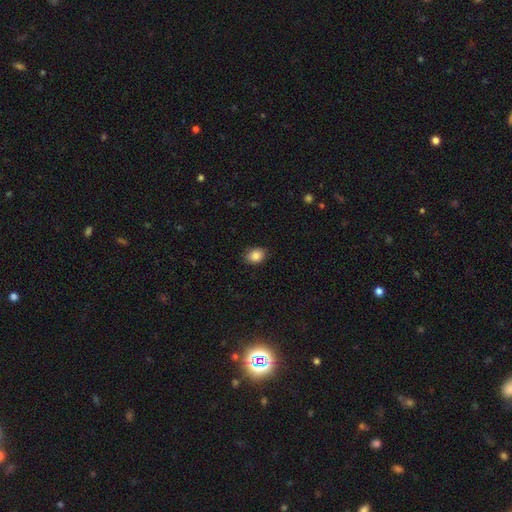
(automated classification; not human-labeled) A smooth galaxy with no disk features (86%) that is in between round and cigar-shaped (66%). Merging: none (86%).